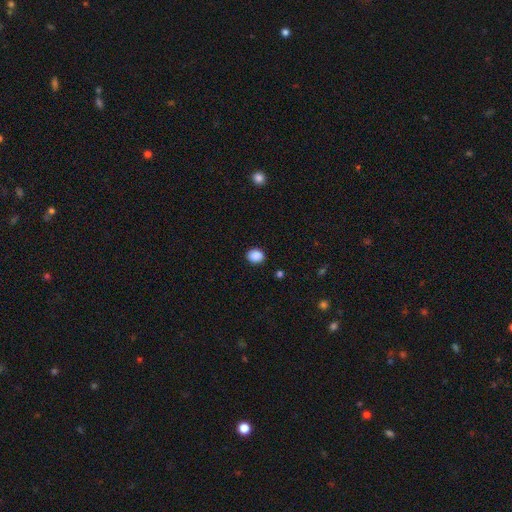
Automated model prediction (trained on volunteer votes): Q: Smooth or featured?
A: smooth (89%); runner-up: star or artifact (8%)
Q: How rounded?
A: round (59%); runner-up: in between (40%)
Q: Merging?
A: none (89%); runner-up: minor disturbance (8%)